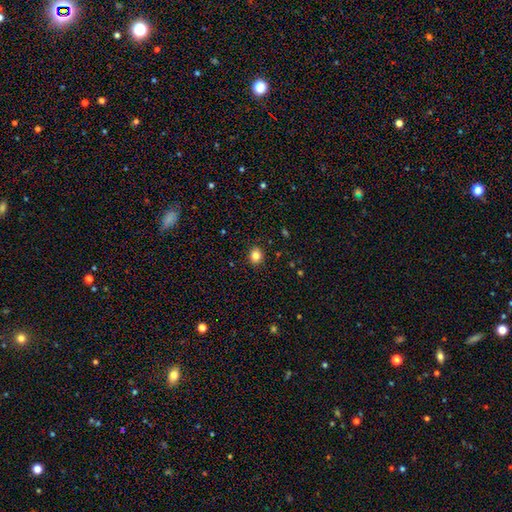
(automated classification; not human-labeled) A smooth galaxy with no disk features (83%) that is round (72%). Merging: none (90%).